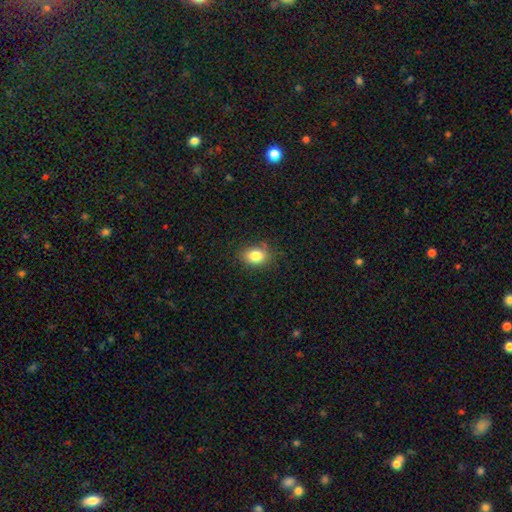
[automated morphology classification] Smooth or featured?
  - smooth: 82% *
  - star or artifact: 10%
  - featured or disk: 8%
How rounded?
  - in between: 68% *
  - round: 31%
  - cigar-shaped: 1%
Merging?
  - none: 79% *
  - minor disturbance: 16%
  - major disturbance: 4%
  - merger: 2%